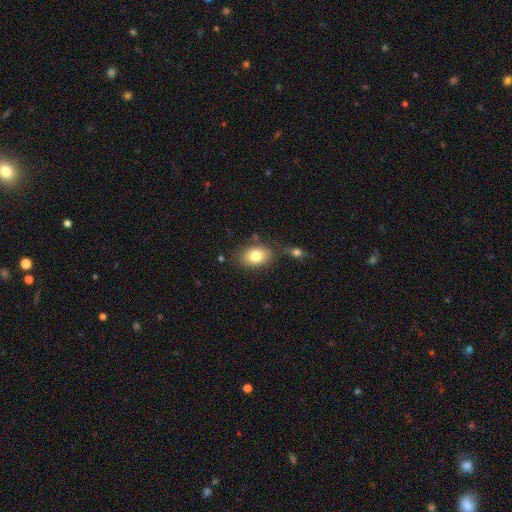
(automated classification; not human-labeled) smooth_or_featured: smooth (p=0.80) [alt: featured or disk p=0.12]
how_rounded: in between (p=0.81) [alt: round p=0.17]
merging: none (p=0.76) [alt: minor disturbance p=0.13]